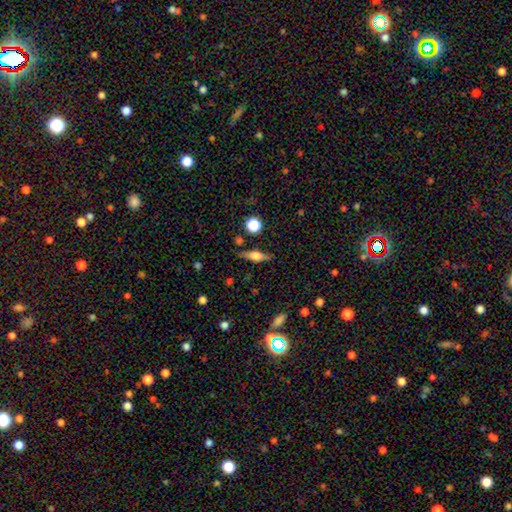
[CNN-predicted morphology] Smooth or featured: smooth — 49% (featured or disk — 42%)
Merging: none — 79% (minor disturbance — 14%)